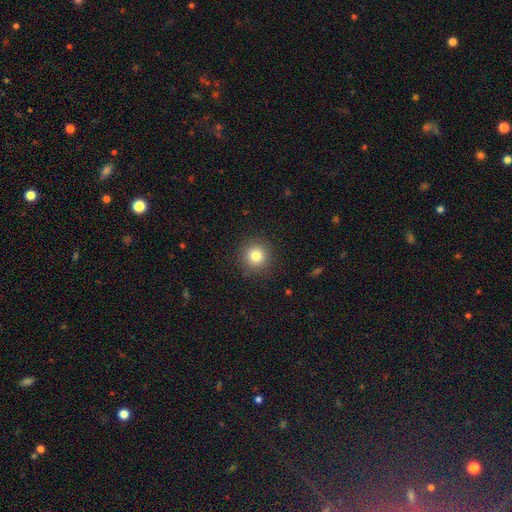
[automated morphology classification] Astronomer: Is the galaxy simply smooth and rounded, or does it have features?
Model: smooth — 82%.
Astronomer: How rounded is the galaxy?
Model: round — 94%.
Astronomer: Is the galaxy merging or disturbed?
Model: none — 90%.